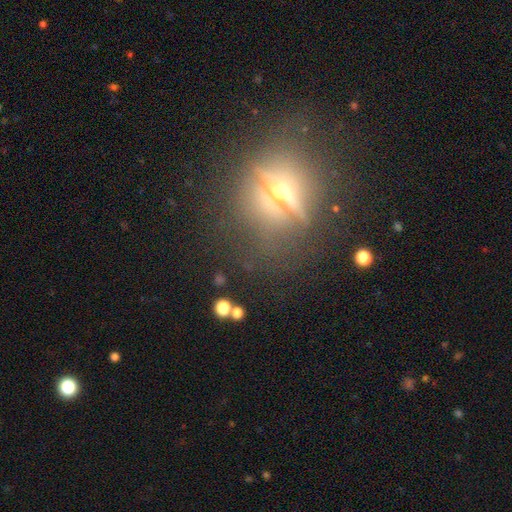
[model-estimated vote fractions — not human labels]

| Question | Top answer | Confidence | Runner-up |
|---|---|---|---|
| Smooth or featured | featured or disk | 41% | star or artifact (35%) |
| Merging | none | 69% | minor disturbance (14%) |